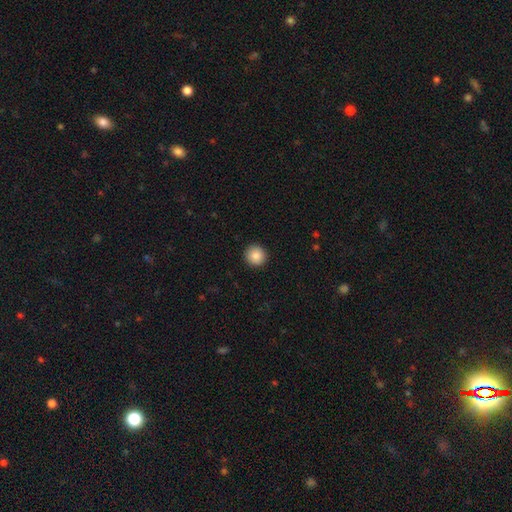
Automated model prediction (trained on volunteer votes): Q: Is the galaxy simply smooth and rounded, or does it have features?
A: smooth — 88%.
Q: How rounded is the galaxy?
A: round — 95%.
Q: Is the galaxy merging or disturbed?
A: none — 93%.